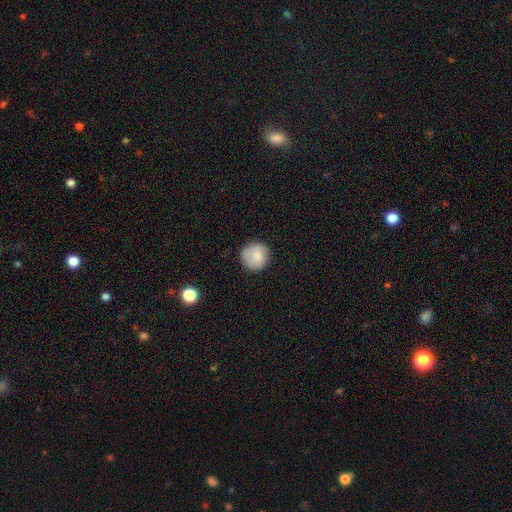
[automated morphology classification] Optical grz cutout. It shows a smooth galaxy with no disk features (82%) that is round (93%). Merging: none (84%).